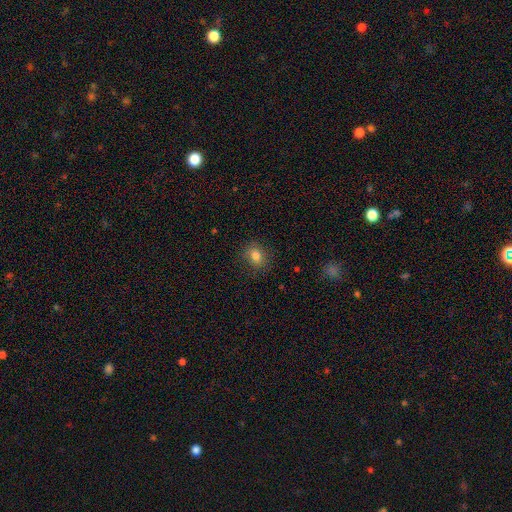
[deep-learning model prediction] The model was most divided on "how rounded": round: 59%, in between: 40%, cigar-shaped: 1%. More confident: merging — none (85%); smooth or featured — smooth (81%).